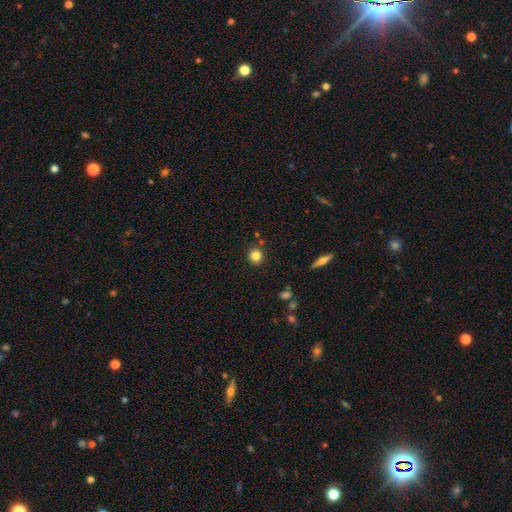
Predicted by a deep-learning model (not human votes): A smooth galaxy with no disk features (82%) that is round (92%). Merging: none (86%).